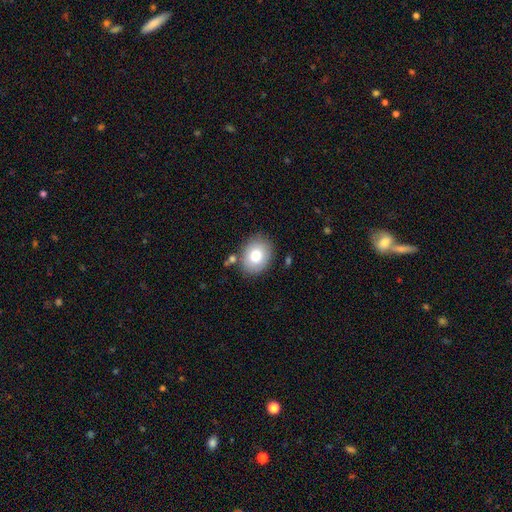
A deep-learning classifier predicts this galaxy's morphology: type=smooth (77%); roundness=in between (54%); merging=none (80%).